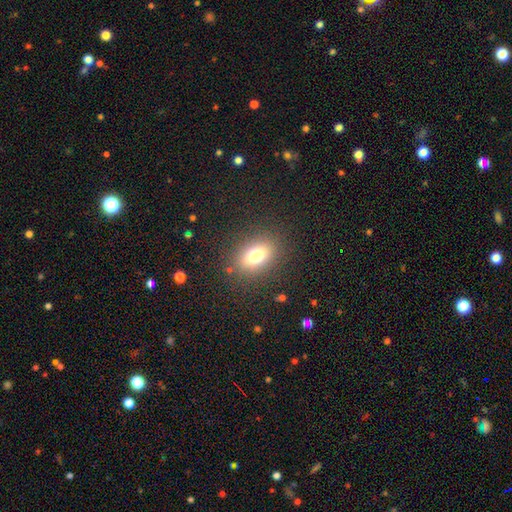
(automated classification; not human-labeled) This appears to be a smooth galaxy with no disk features (75%) that is in between round and cigar-shaped (76%). Merging: none (84%).